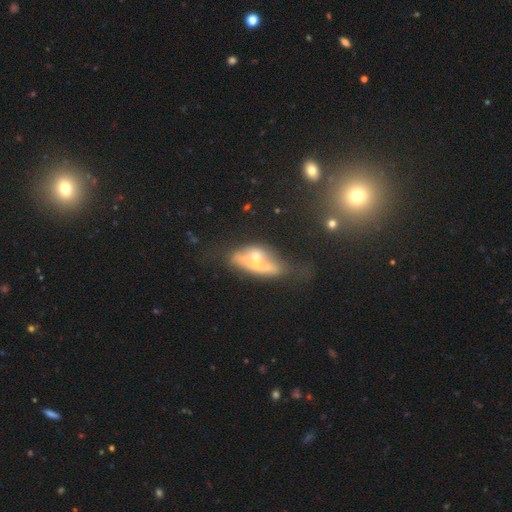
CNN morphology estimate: Overall: featured or disk (54%; smooth 36%). Edge-on disk: no (86%). Merging: merger (52%; none 20%).